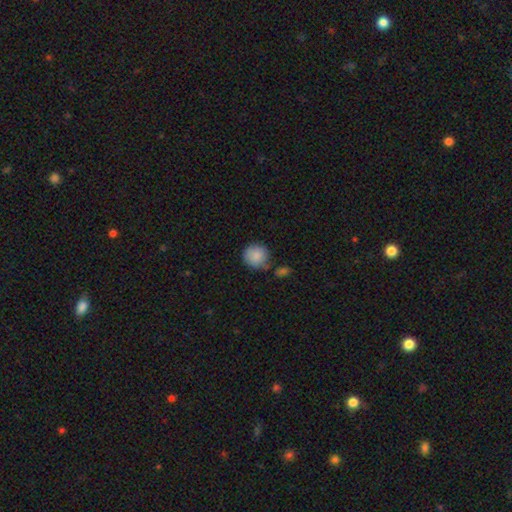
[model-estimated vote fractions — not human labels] A smooth galaxy with no disk features (87%) that is round (92%).

Vote fractions:
- Smooth or featured? smooth: 87% / star or artifact: 7% / featured or disk: 5%
- How rounded? round: 92% / in between: 7% / cigar-shaped: 1%
- Merging? none: 71% / minor disturbance: 16% / merger: 9% / major disturbance: 4%